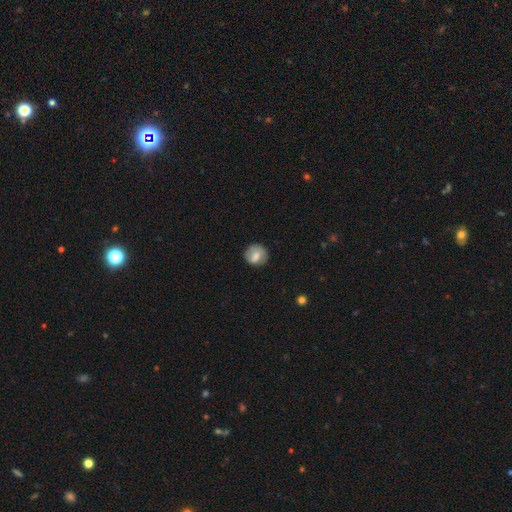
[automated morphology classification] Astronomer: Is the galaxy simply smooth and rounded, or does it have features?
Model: smooth — 64%.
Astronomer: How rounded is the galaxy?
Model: round — 84%.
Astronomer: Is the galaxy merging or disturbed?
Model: none — 81%.